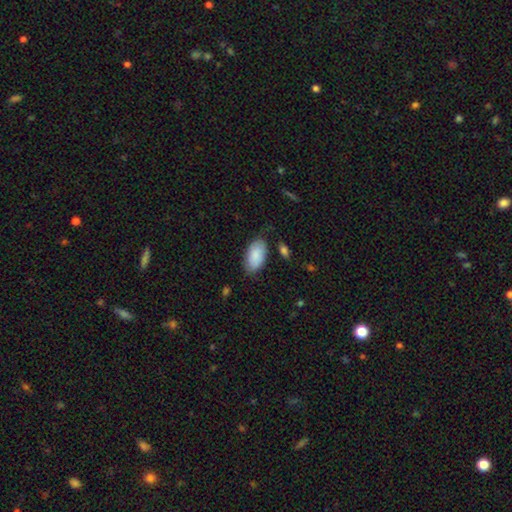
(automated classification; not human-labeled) Morphology: type=smooth (87%); roundness=in between (95%); merging=none (74%).